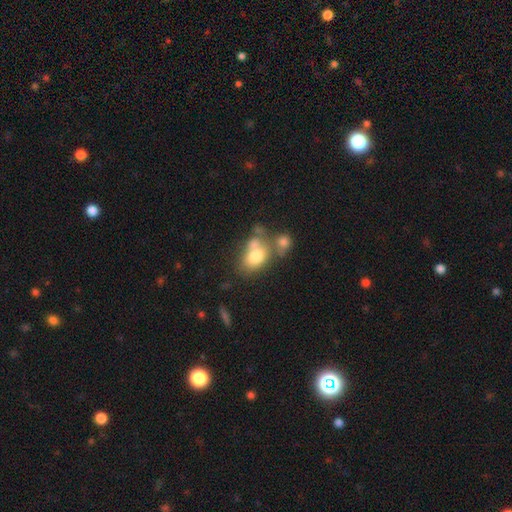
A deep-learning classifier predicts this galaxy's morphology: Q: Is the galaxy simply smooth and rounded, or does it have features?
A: smooth — 74%.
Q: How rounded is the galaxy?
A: in between — 77%.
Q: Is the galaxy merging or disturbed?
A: merger — 42%.